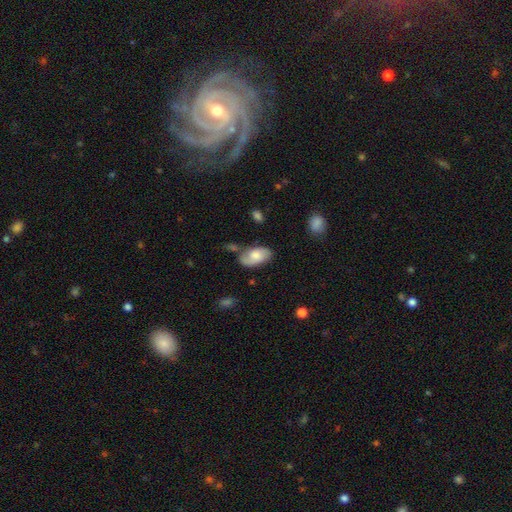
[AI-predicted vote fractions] Morphology: type=smooth (52%); roundness=in between (93%); merging=none (58%).